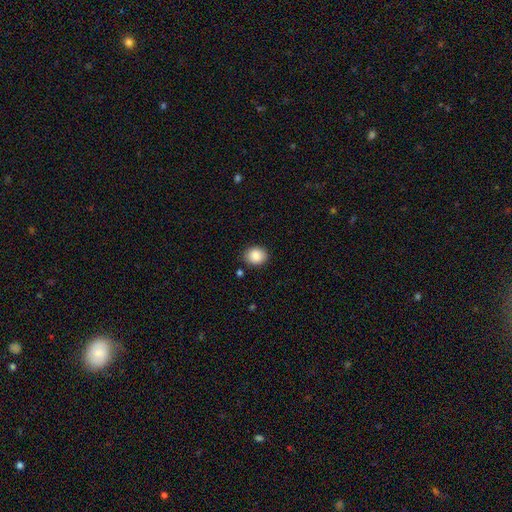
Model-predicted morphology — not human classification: This is clearly a smooth galaxy (87%). How rounded: possibly round (58%). Merging: clearly none (86%).